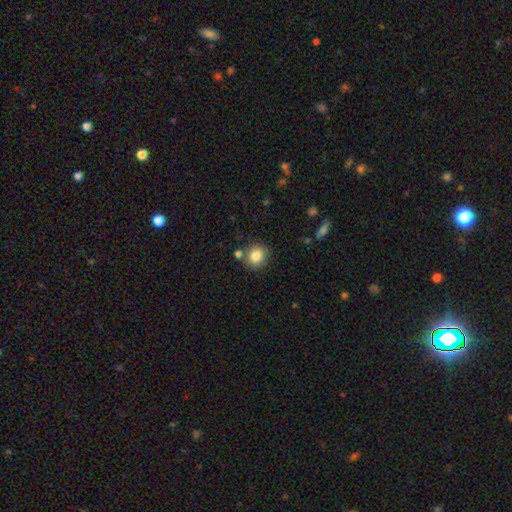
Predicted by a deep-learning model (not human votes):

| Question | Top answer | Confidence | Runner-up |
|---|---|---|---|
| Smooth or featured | smooth | 84% | star or artifact (9%) |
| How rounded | round | 82% | in between (17%) |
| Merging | none | 79% | minor disturbance (9%) |